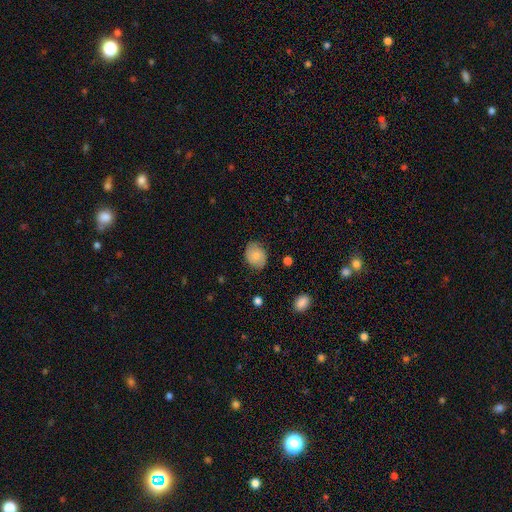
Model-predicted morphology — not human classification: type=smooth (75%); roundness=in between (53%); merging=none (78%).